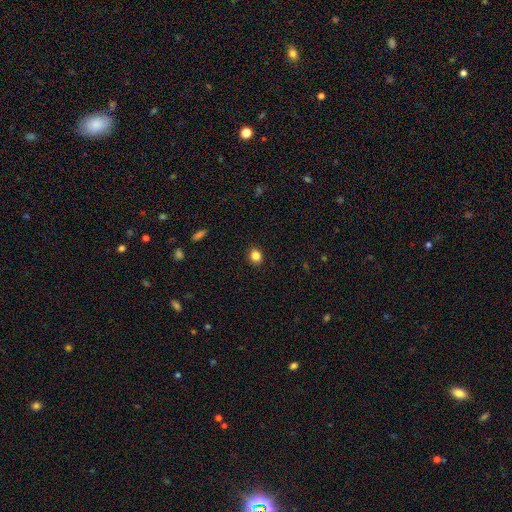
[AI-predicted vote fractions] A smooth galaxy with no disk features (84%) that is round (75%). Merging: none (91%).